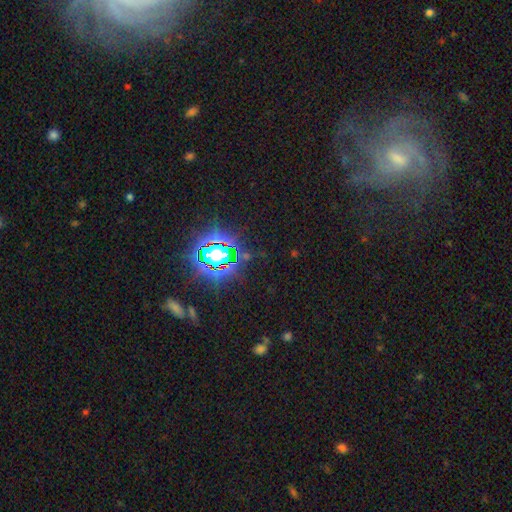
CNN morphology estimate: smooth-or-featured: star or artifact: 45% | featured or disk: 42% | smooth: 13%